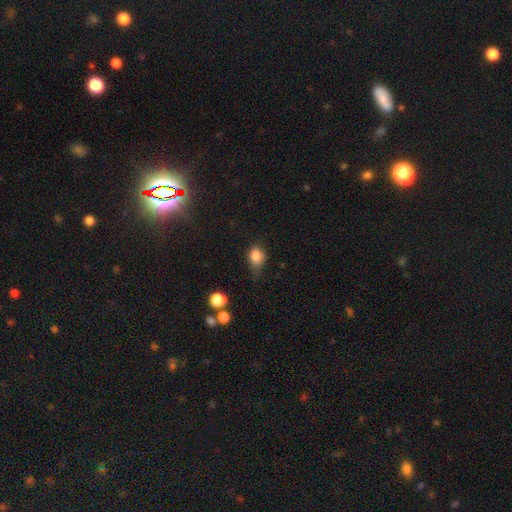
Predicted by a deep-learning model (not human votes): Morphology: type=smooth (82%); roundness=in between (56%); merging=none (44%).